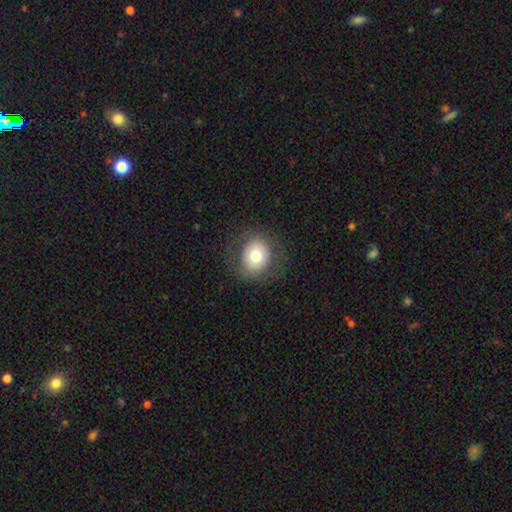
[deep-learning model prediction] smooth-or-featured: smooth: 73% | featured or disk: 17% | star or artifact: 10%
  how-rounded: round: 78% | in between: 21% | cigar-shaped: 1%
  merging: none: 83% | minor disturbance: 11% | major disturbance: 6% | merger: 1%